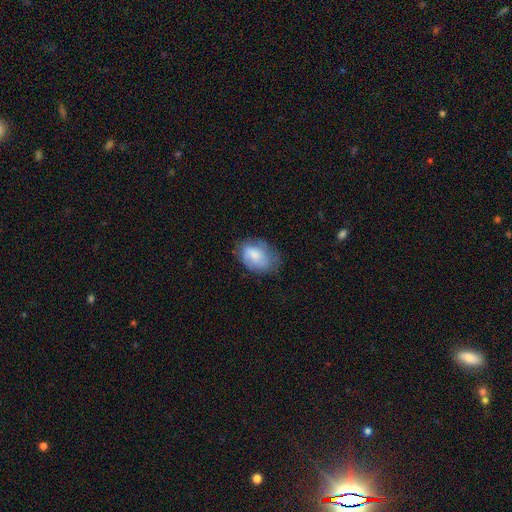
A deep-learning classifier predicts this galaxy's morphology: smooth 68%, featured or disk 24%, star or artifact 8%. Down the decision tree: how rounded — in between (82%); merging — none (56%).